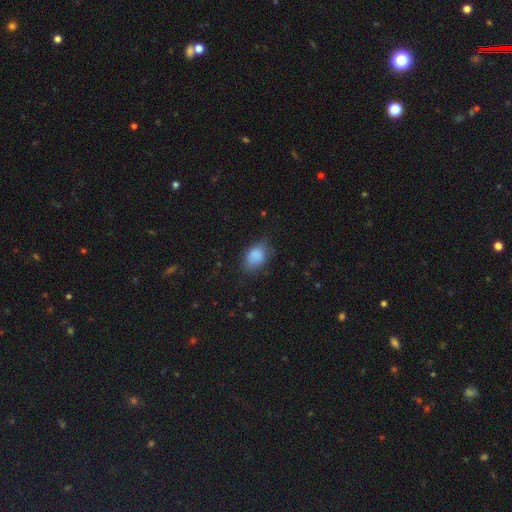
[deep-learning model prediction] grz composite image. It shows a smooth galaxy with no disk features (84%) that is in between round and cigar-shaped (79%). Merging: none (62%).